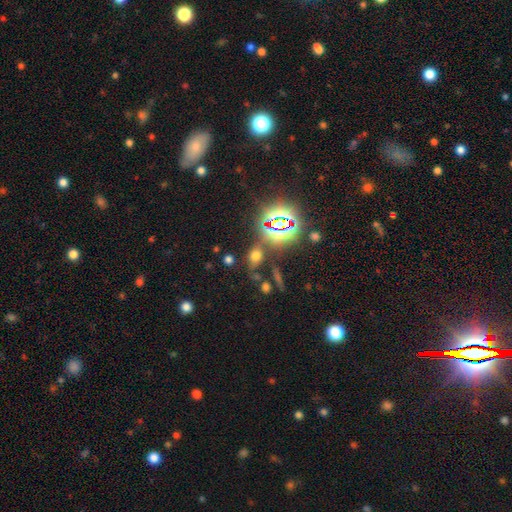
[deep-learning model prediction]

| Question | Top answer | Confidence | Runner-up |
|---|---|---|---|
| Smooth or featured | smooth | 48% | star or artifact (40%) |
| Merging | none | 72% | minor disturbance (13%) |